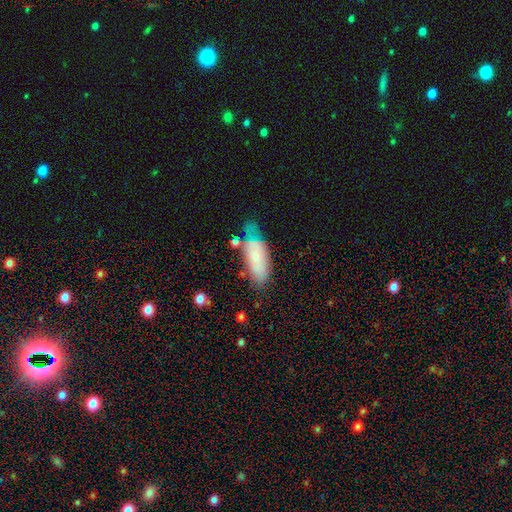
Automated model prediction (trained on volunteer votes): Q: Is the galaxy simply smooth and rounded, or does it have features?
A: smooth — 65%.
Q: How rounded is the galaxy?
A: in between — 78%.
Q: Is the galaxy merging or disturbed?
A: none — 49%.